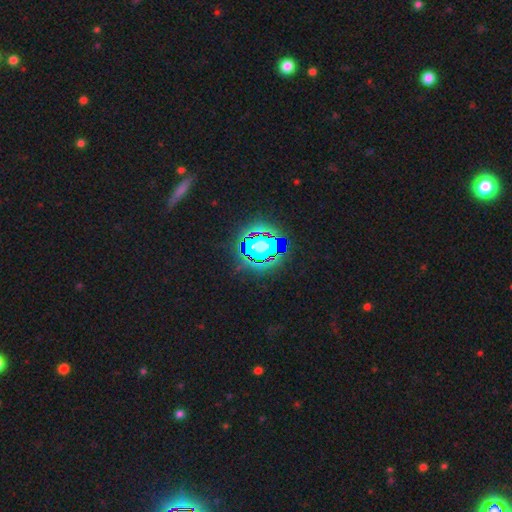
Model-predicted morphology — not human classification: type=star or artifact (80%).